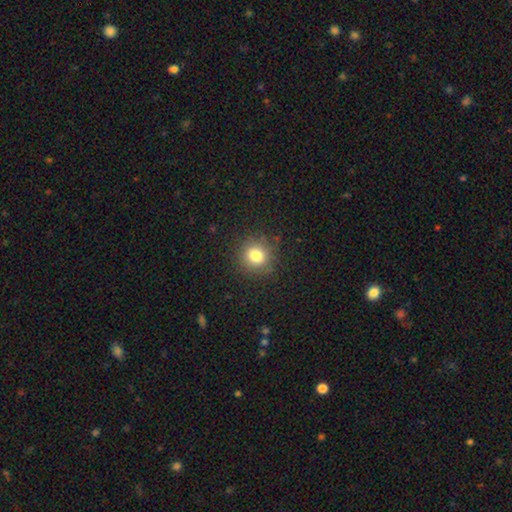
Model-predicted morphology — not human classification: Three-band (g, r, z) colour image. It shows a smooth galaxy with no disk features (81%) that is round (89%). Merging: none (87%).